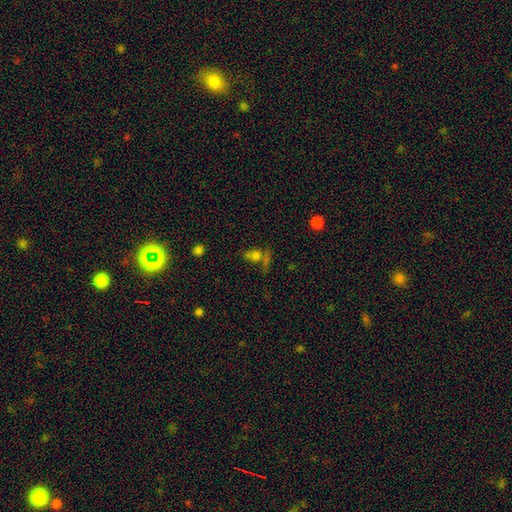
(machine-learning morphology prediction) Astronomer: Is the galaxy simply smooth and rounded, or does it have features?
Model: smooth — 60%.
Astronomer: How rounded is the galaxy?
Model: in between — 57% (runner-up: round, 36%).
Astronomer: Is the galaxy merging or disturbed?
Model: none — 43% (runner-up: merger, 32%).